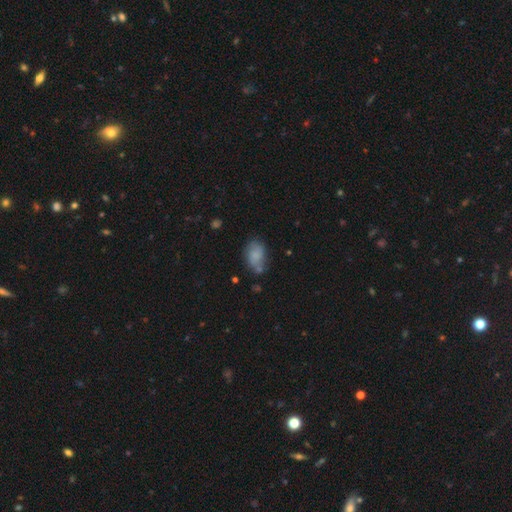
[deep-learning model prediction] smooth-or-featured: smooth: 72% | featured or disk: 18% | star or artifact: 9%
  how-rounded: in between: 86% | round: 12% | cigar-shaped: 2%
  merging: none: 55% | minor disturbance: 25% | merger: 10% | major disturbance: 9%